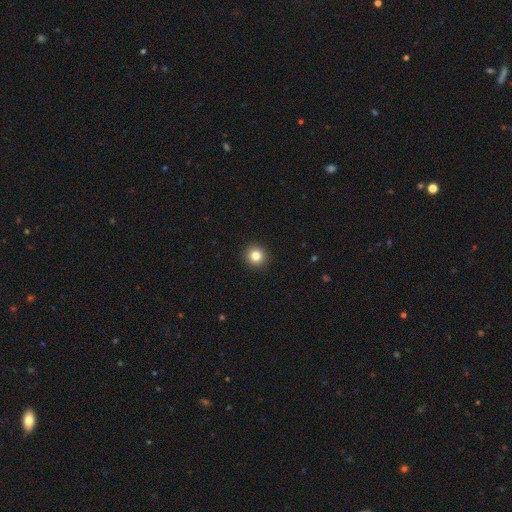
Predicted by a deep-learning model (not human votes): This appears to be a smooth galaxy with no disk features (82%) that is round (94%). Merging: none (93%).